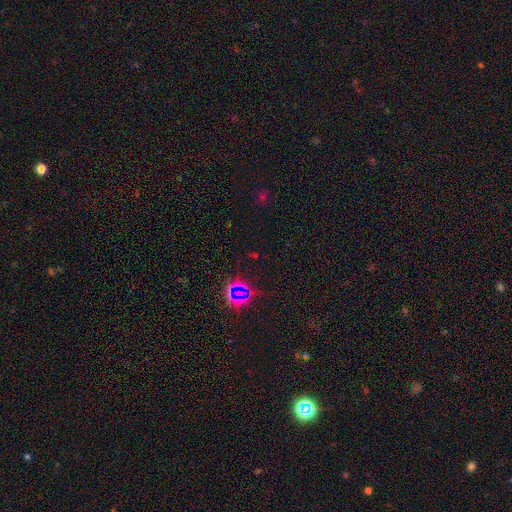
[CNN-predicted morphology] A star or artifact, not a galaxy (74%).